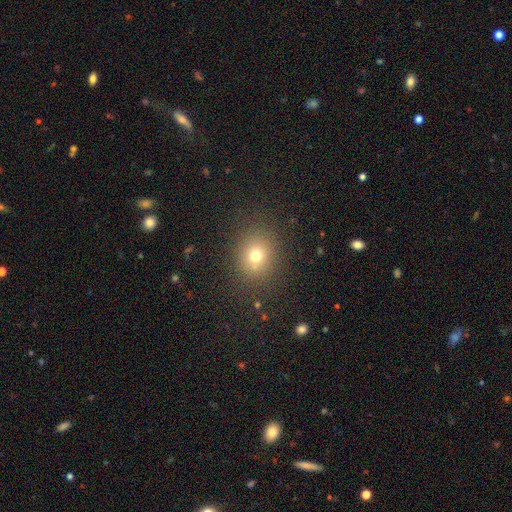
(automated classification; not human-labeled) Q: Smooth or featured?
A: smooth (70%); runner-up: star or artifact (18%)
Q: How rounded?
A: round (69%); runner-up: in between (30%)
Q: Merging?
A: none (81%); runner-up: minor disturbance (10%)